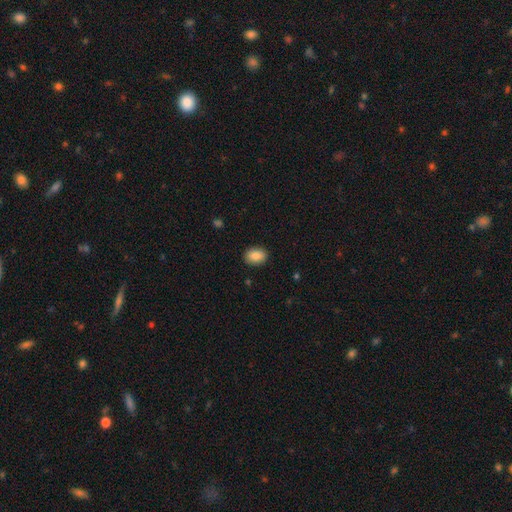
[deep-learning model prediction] Smooth or featured?
  - smooth: 87% *
  - star or artifact: 8%
  - featured or disk: 6%
How rounded?
  - in between: 73% *
  - round: 26%
  - cigar-shaped: 1%
Merging?
  - none: 89% *
  - minor disturbance: 8%
  - major disturbance: 2%
  - merger: 1%